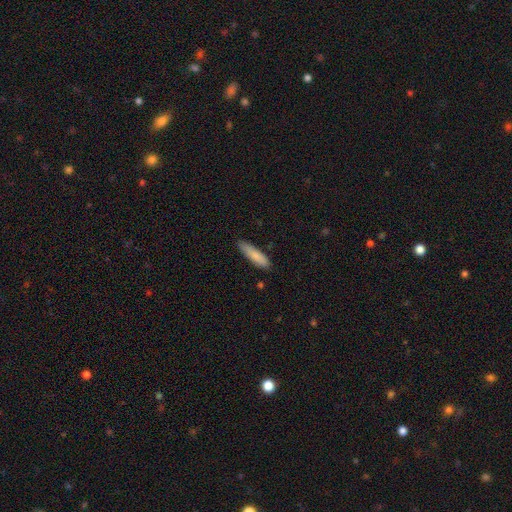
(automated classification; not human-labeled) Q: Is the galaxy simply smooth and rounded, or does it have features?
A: smooth — 85%.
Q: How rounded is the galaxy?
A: cigar-shaped — 69%.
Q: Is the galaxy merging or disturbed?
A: none — 81%.